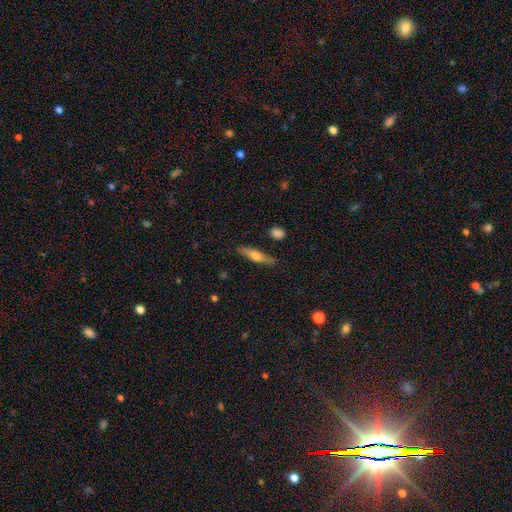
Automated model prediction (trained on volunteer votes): This is possibly a featured or disk galaxy (47%, tied with smooth). Merging: clearly none (83%).